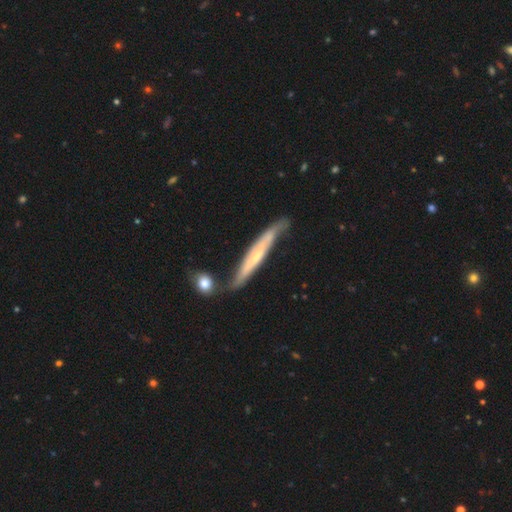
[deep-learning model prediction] Smooth or featured?
  - featured or disk: 62% *
  - smooth: 33%
  - star or artifact: 5%
Edge-on disk?
  - yes: 80% *
  - no: 20%
Merging?
  - none: 54% *
  - minor disturbance: 26%
  - merger: 12%
  - major disturbance: 8%